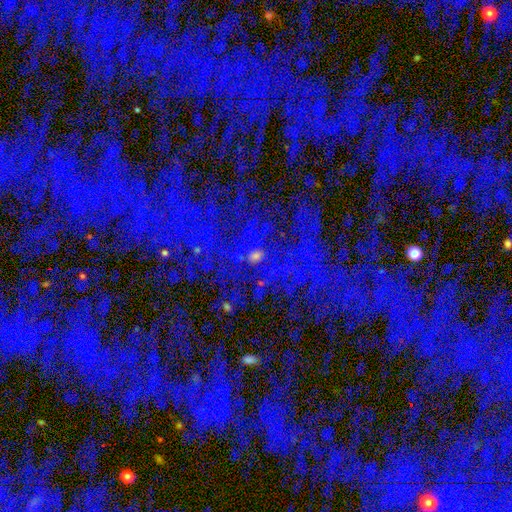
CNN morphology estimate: smooth-or-featured: star or artifact: 63% | smooth: 23% | featured or disk: 14%